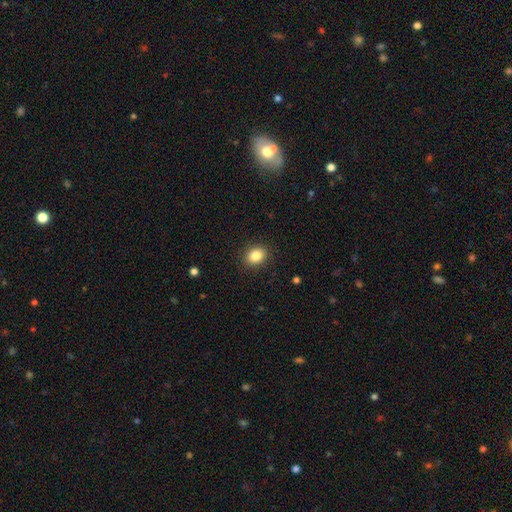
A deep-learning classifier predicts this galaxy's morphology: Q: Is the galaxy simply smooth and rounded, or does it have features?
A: smooth — 85%.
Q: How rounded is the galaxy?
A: in between — 54%.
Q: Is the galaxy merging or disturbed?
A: none — 89%.